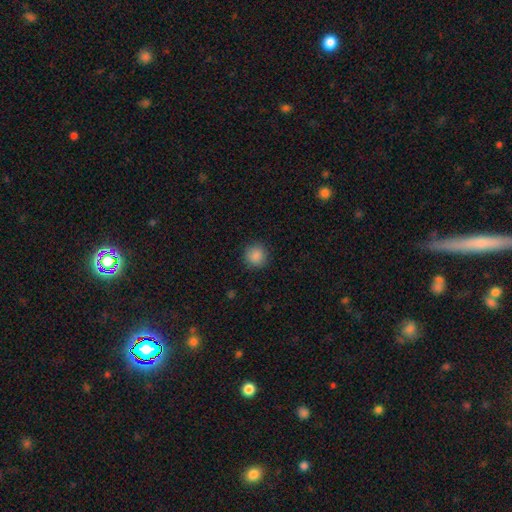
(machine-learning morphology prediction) This is clearly a smooth galaxy (87%). How rounded: clearly round (92%). Merging: clearly none (89%).